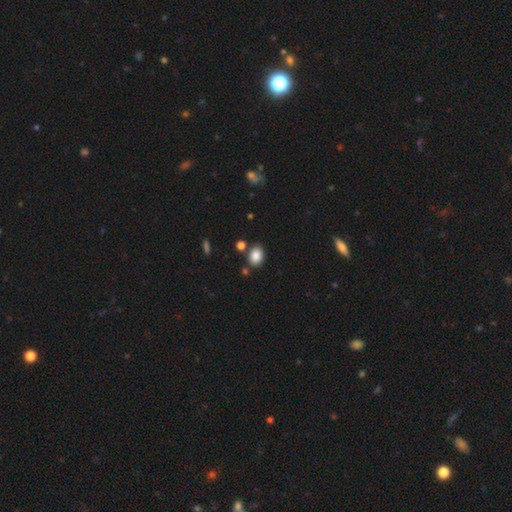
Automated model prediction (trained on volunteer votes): smooth 85%, star or artifact 9%, featured or disk 6%. Down the decision tree: how rounded — in between (70%); merging — none (77%).